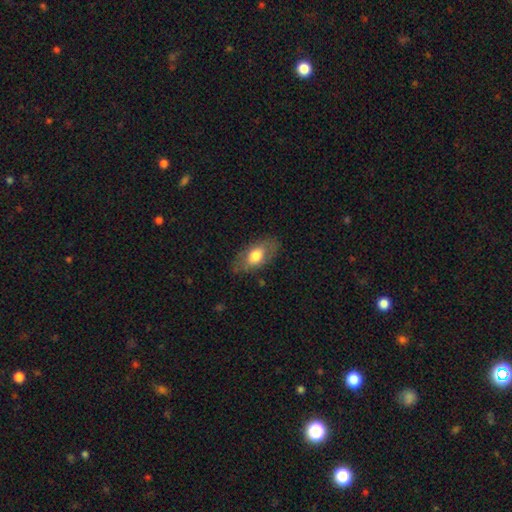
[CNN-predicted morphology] smooth_or_featured: smooth (p=0.66) [alt: featured or disk p=0.28]
how_rounded: in between (p=0.89) [alt: round p=0.06]
merging: none (p=0.76) [alt: minor disturbance p=0.17]